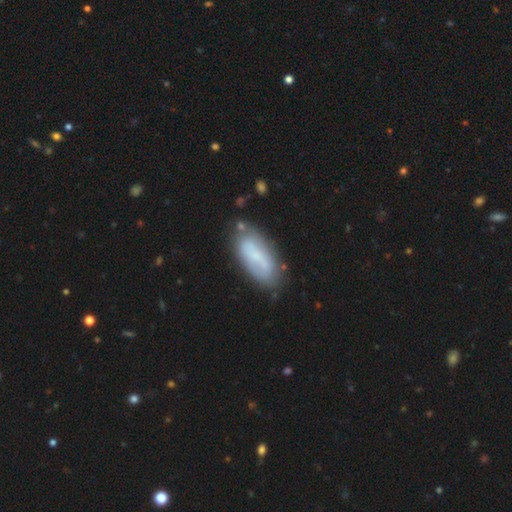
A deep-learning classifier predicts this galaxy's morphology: A smooth galaxy with no disk features (55%) that is in between round and cigar-shaped (83%). Merging: none (68%).